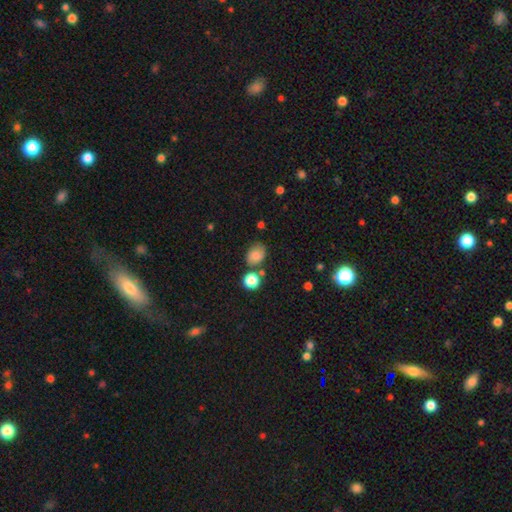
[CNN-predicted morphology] A smooth galaxy with no disk features (78%) that is in between round and cigar-shaped (58%).

Vote fractions:
- Smooth or featured? smooth: 78% / star or artifact: 12% / featured or disk: 10%
- How rounded? in between: 58% / round: 41% / cigar-shaped: 1%
- Merging? none: 61% / minor disturbance: 22% / merger: 11% / major disturbance: 6%